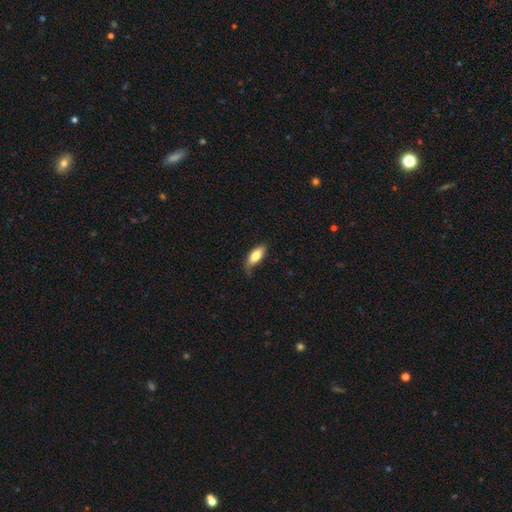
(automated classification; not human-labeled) This appears to be a smooth galaxy with no disk features (79%) that is in between round and cigar-shaped (80%). Merging: none (52%).